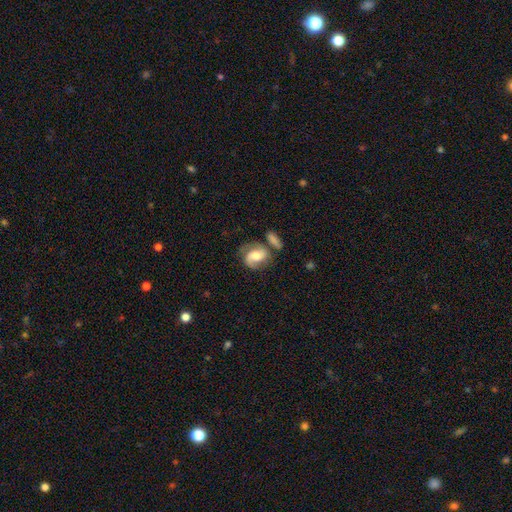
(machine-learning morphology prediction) A featured or disk galaxy (71%) with no bar (49%), 2 (84%) medium (50%) spiral arms (93%) and a moderate central bulge (48%).

Vote fractions:
- Smooth or featured? featured or disk: 71% / smooth: 22% / star or artifact: 7%
- Edge-on disk? no: 97% / yes: 3%
- Bar? no: 49% / weak: 39% / strong: 12%
- Spiral arms? yes: 93% / no: 7%
- Spiral winding? medium: 50% / loose: 26% / tight: 24%
- Spiral arm count? 2: 84% / 1: 8% / can't tell: 5% / 3: 1% / 4: 1% / more than 4: 1%
- Bulge size? moderate: 48% / large: 25% / small: 17% / none: 7% / dominant: 3%
- Merging? none: 52% / minor disturbance: 19% / merger: 17% / major disturbance: 11%